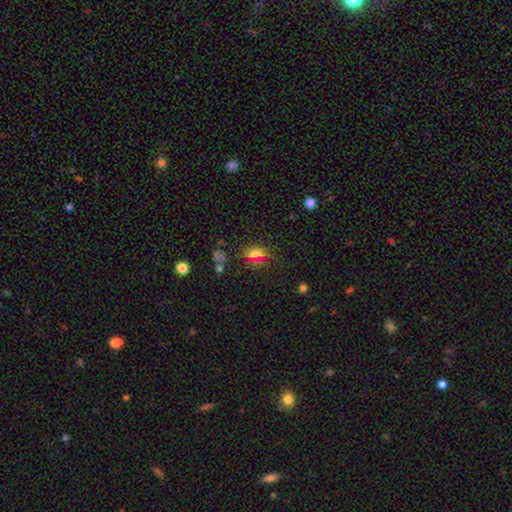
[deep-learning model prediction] A smooth galaxy with no disk features (61%) that is in between round and cigar-shaped (54%). Merging: none (80%).